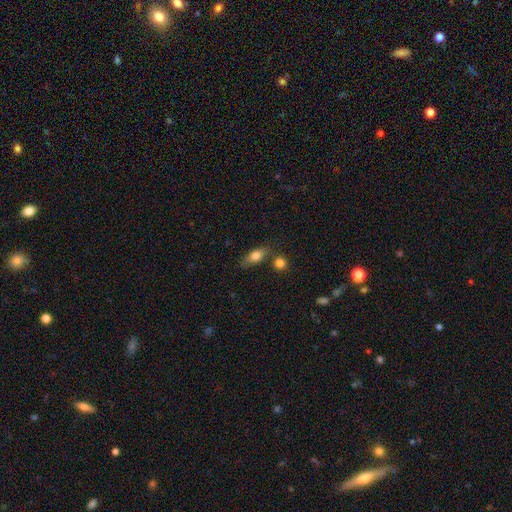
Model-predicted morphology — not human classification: Smooth or featured? smooth (74%)
How rounded? in between (74%)
Merging? none (67%)